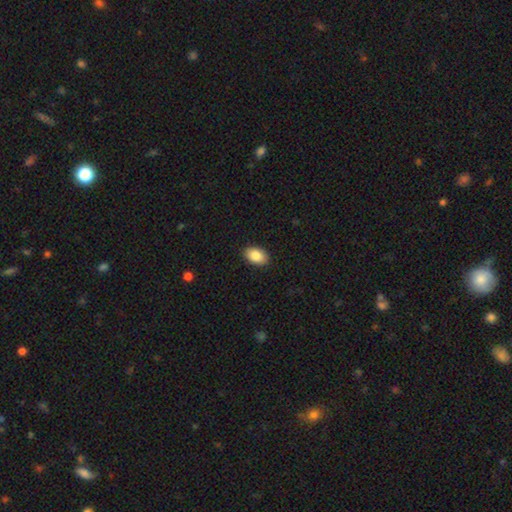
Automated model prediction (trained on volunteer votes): Smooth or featured?
  - smooth: 87% *
  - star or artifact: 7%
  - featured or disk: 6%
How rounded?
  - in between: 89% *
  - round: 9%
  - cigar-shaped: 1%
Merging?
  - none: 90% *
  - minor disturbance: 7%
  - major disturbance: 2%
  - merger: 1%